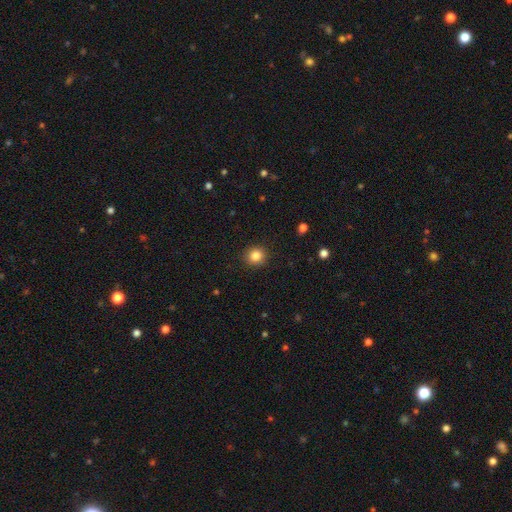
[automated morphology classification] A smooth galaxy with no disk features (84%) that is round (90%).

Vote fractions:
- Smooth or featured? smooth: 84% / star or artifact: 11% / featured or disk: 5%
- How rounded? round: 90% / in between: 9% / cigar-shaped: 1%
- Merging? none: 91% / minor disturbance: 6% / major disturbance: 2% / merger: 1%